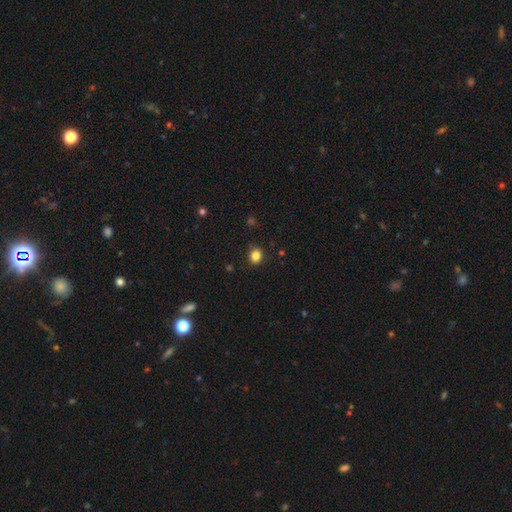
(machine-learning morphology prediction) Smooth or featured? Predicted: smooth (p=0.84). How rounded? Predicted: round (p=0.68). Merging? Predicted: none (p=0.83).